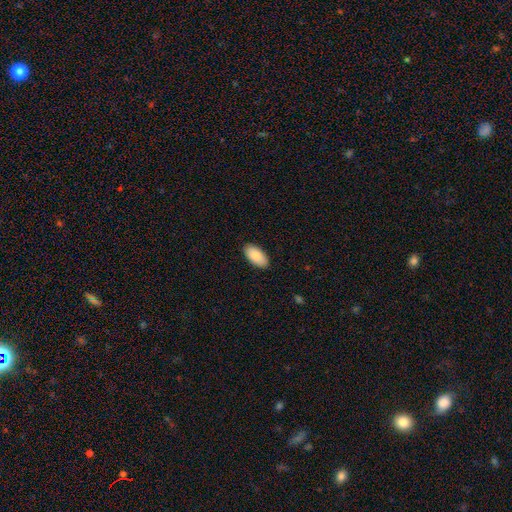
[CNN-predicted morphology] Smooth or featured? smooth (89%)
How rounded? in between (95%)
Merging? none (89%)